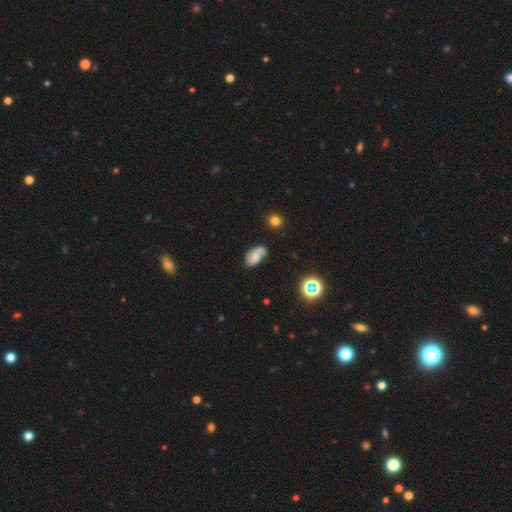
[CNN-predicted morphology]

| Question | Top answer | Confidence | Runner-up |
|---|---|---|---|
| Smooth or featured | smooth | 56% | featured or disk (31%) |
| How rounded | in between | 89% | round (9%) |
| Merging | none | 45% | minor disturbance (24%) |